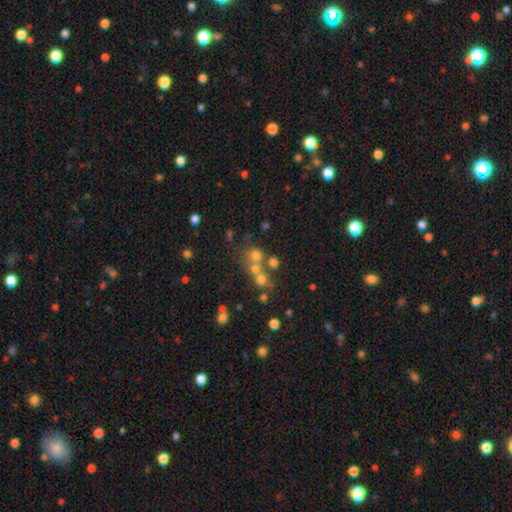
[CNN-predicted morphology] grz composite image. It shows a smooth galaxy with no disk features (60%) that is round (85%). Merging: none (47%).